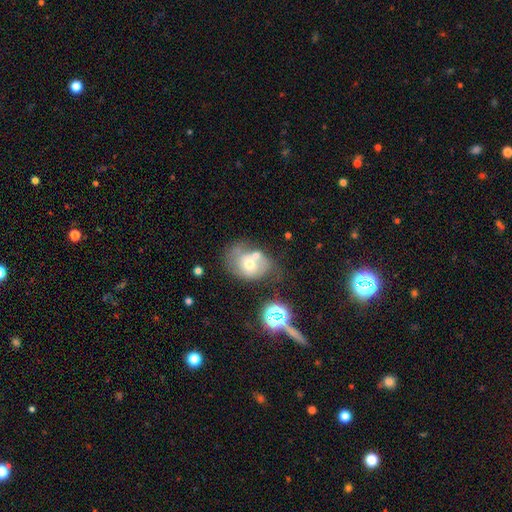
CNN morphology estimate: Smooth or featured? Predicted: featured or disk (p=0.45). Merging? Predicted: merger (p=0.33).